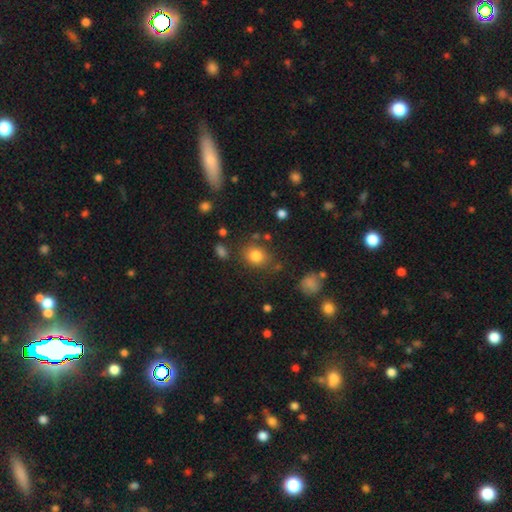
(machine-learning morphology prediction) smooth 81%, star or artifact 12%, featured or disk 7%. Down the decision tree: how rounded — round (64%); merging — none (77%).